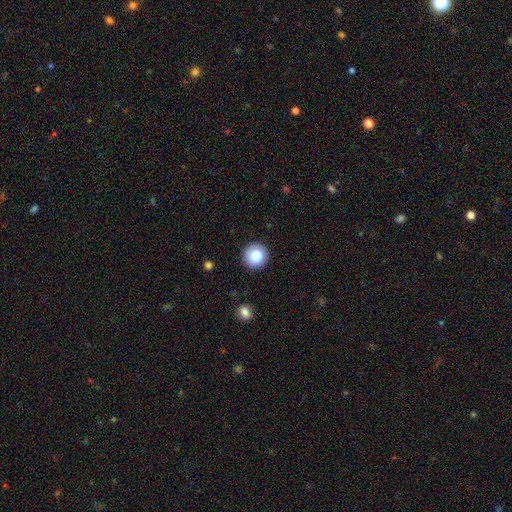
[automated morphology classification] smooth_or_featured: smooth (p=0.86) [alt: star or artifact p=0.09]
how_rounded: round (p=0.95) [alt: in between p=0.04]
merging: none (p=0.91) [alt: minor disturbance p=0.06]